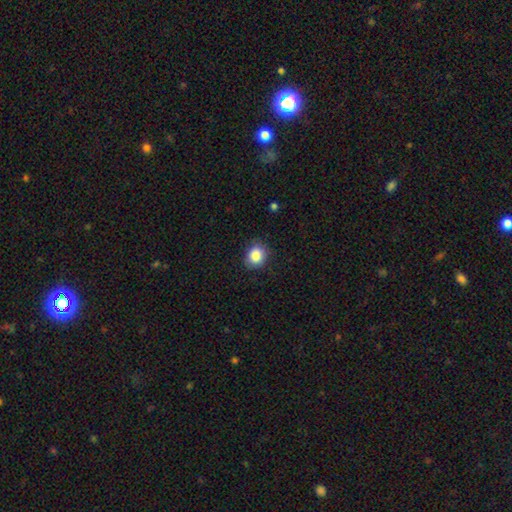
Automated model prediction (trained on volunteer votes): smooth-or-featured: smooth: 86% | star or artifact: 9% | featured or disk: 5%
  how-rounded: round: 66% | in between: 33% | cigar-shaped: 1%
  merging: none: 83% | minor disturbance: 13% | major disturbance: 3% | merger: 1%